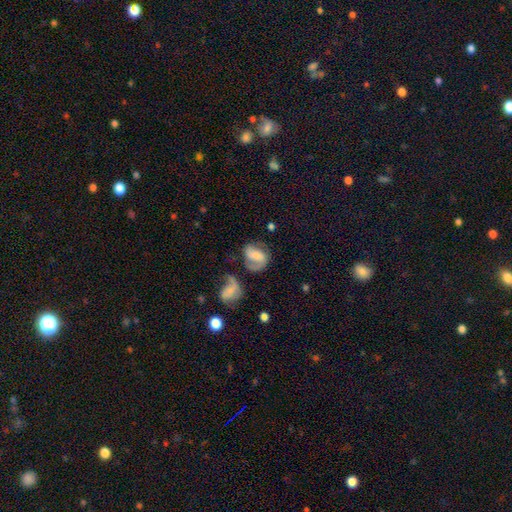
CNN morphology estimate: Smooth or featured?
  - featured or disk: 58% *
  - smooth: 34%
  - star or artifact: 9%
Edge-on disk?
  - no: 97% *
  - yes: 3%
Bar?
  - weak: 39% * (tied)
  - no: 39% * (tied)
  - strong: 22%
Spiral arms?
  - yes: 82% *
  - no: 18%
Bulge size?
  - moderate: 33% *
  - small: 32%
  - none: 20%
  - large: 12%
  - dominant: 3%
Merging?
  - none: 40% *
  - major disturbance: 26%
  - minor disturbance: 21%
  - merger: 13%